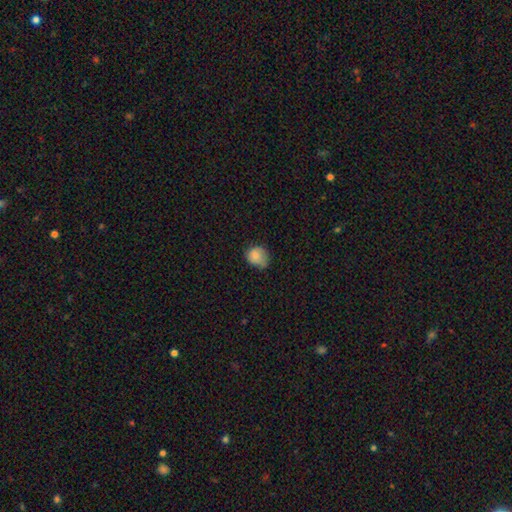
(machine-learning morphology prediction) Overall: smooth (81%). How rounded: round (70%). Merging: none (47%; minor disturbance 40%).